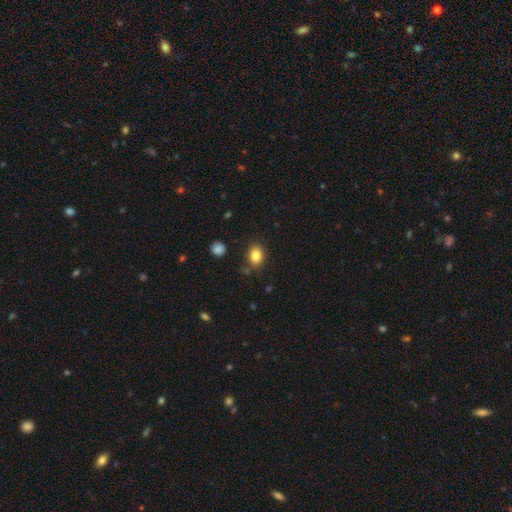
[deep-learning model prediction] Smooth or featured? Predicted: smooth (p=0.84). How rounded? Predicted: in between (p=0.56). Merging? Predicted: none (p=0.81).